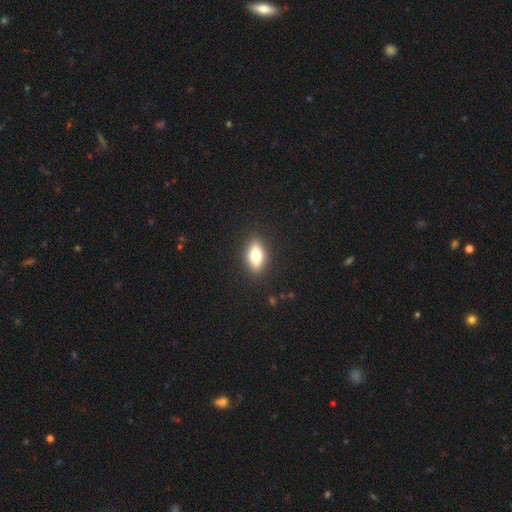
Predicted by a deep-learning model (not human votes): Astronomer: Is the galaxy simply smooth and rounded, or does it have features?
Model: smooth — 66%.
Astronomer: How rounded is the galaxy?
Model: in between — 79%.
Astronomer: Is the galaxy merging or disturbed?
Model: none — 88%.